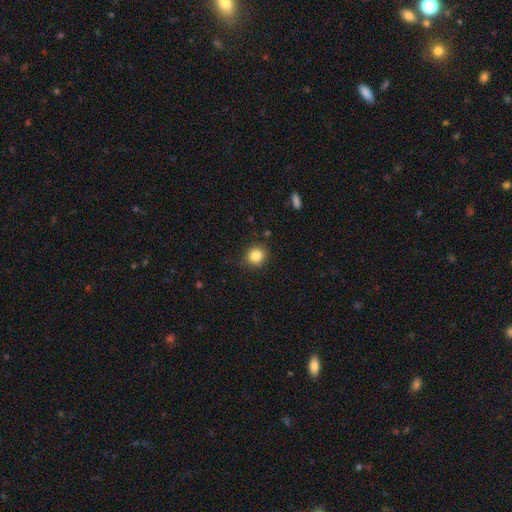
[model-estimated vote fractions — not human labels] This is clearly a smooth galaxy (84%). How rounded: clearly round (84%). Merging: clearly none (88%).